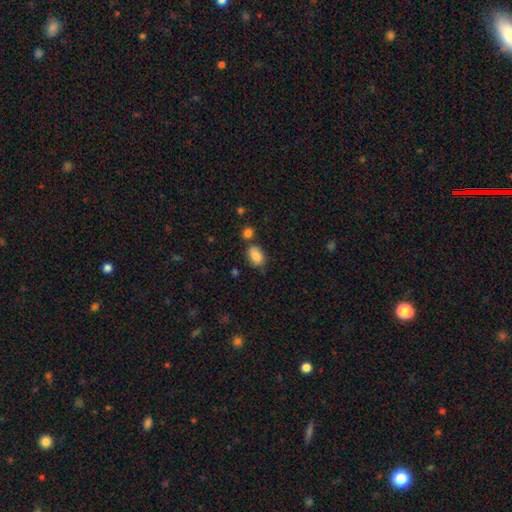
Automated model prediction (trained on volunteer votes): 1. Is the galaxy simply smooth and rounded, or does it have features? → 82% smooth, 10% featured or disk, 9% star or artifact.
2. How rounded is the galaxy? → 80% in between, 18% round, 1% cigar-shaped.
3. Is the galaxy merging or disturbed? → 64% none, 20% minor disturbance, 11% merger, 5% major disturbance.